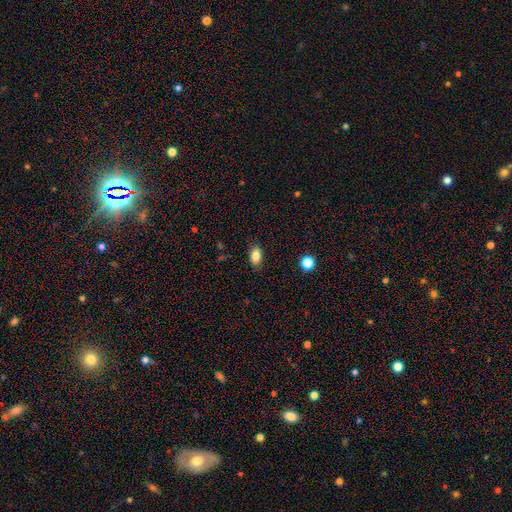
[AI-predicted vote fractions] A smooth galaxy with no disk features (85%) that is in between round and cigar-shaped (89%).

Vote fractions:
- Smooth or featured? smooth: 85% / star or artifact: 9% / featured or disk: 7%
- How rounded? in between: 89% / round: 8% / cigar-shaped: 3%
- Merging? none: 87% / minor disturbance: 10% / major disturbance: 2% / merger: 1%